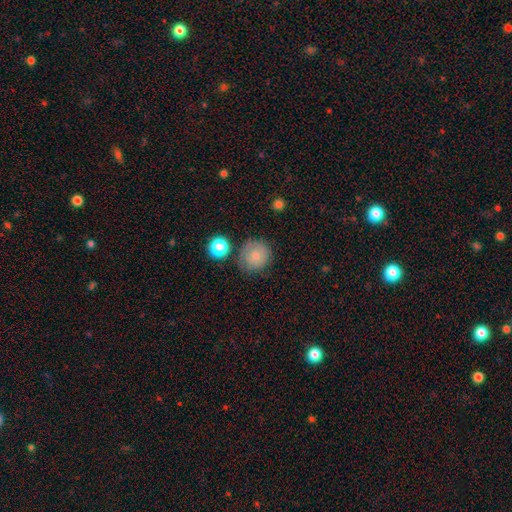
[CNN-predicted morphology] smooth-or-featured: smooth: 79% | featured or disk: 11% | star or artifact: 10%
  how-rounded: round: 90% | in between: 9% | cigar-shaped: 1%
  merging: none: 76% | minor disturbance: 15% | merger: 5% | major disturbance: 4%